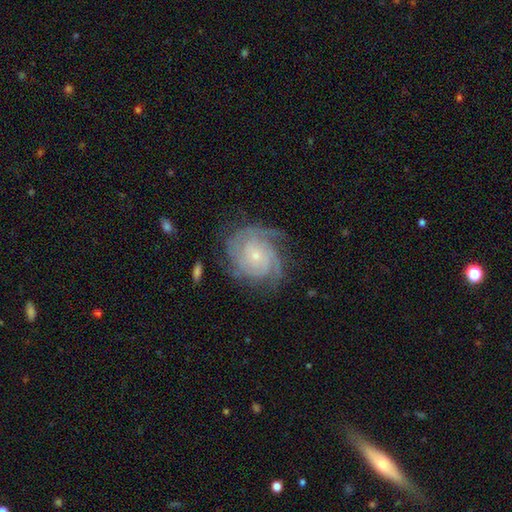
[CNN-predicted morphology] Q: Smooth or featured?
A: featured or disk (87%); runner-up: smooth (8%)
Q: Edge-on disk?
A: no (98%); runner-up: yes (2%)
Q: Bar?
A: no (76%); runner-up: weak (20%)
Q: Spiral arms?
A: yes (97%); runner-up: no (3%)
Q: Spiral winding?
A: tight (70%); runner-up: medium (25%)
Q: Spiral arm count?
A: 3 (29%); runner-up: 4 (26%)
Q: Bulge size?
A: small (78%); runner-up: moderate (18%)
Q: Merging?
A: none (71%); runner-up: minor disturbance (19%)